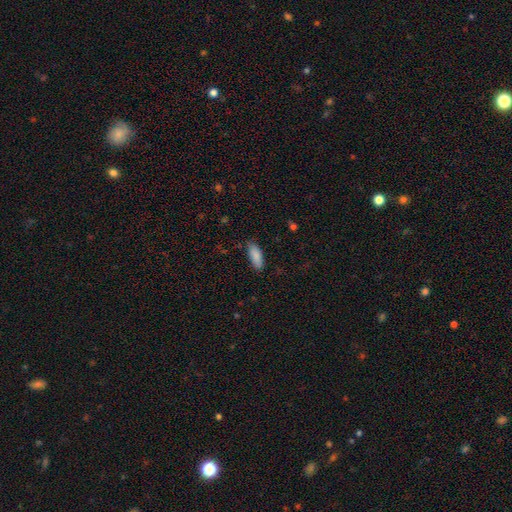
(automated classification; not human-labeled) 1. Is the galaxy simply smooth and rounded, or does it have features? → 88% smooth, 6% star or artifact, 6% featured or disk.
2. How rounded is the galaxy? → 73% in between, 26% cigar-shaped, 2% round.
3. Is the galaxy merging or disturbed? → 81% none, 15% minor disturbance, 3% major disturbance, 1% merger.